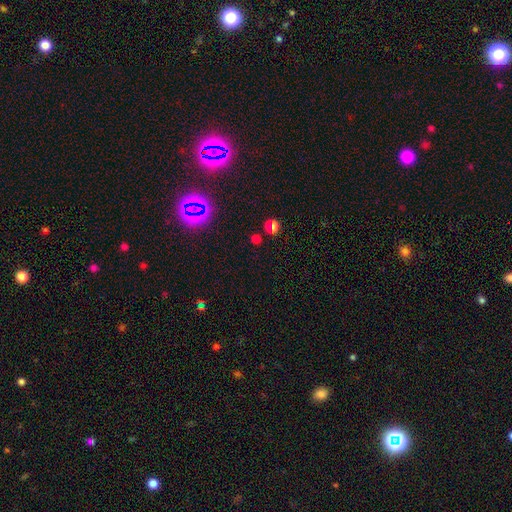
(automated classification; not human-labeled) The model was most divided on "smooth or featured": star or artifact: 51%, smooth: 41%, featured or disk: 7%.